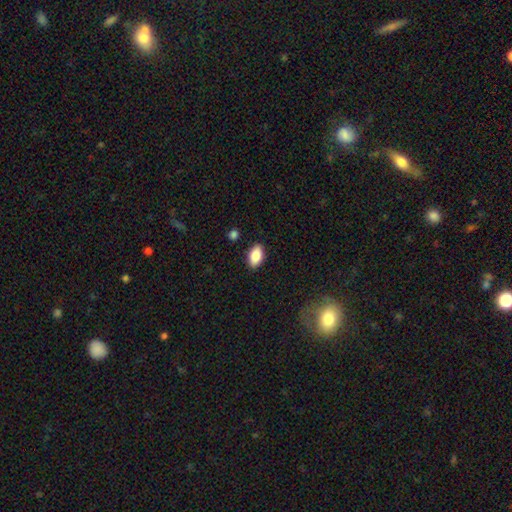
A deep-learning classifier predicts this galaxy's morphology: The model was most divided on "smooth or featured": smooth: 83%, featured or disk: 9%, star or artifact: 7%. More confident: how rounded — in between (91%); merging — none (87%).